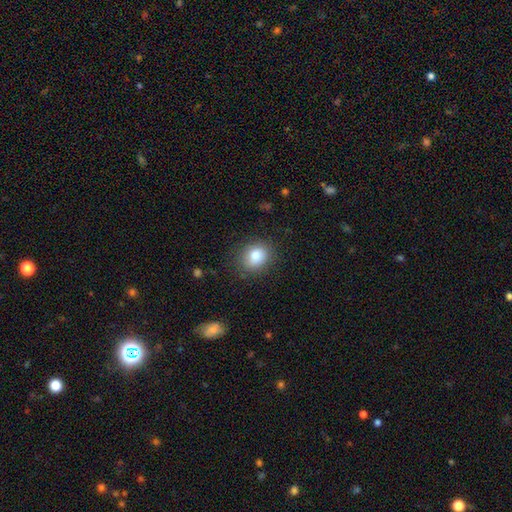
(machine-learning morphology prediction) A smooth galaxy with no disk features (83%) that is round (60%). Merging: none (83%).